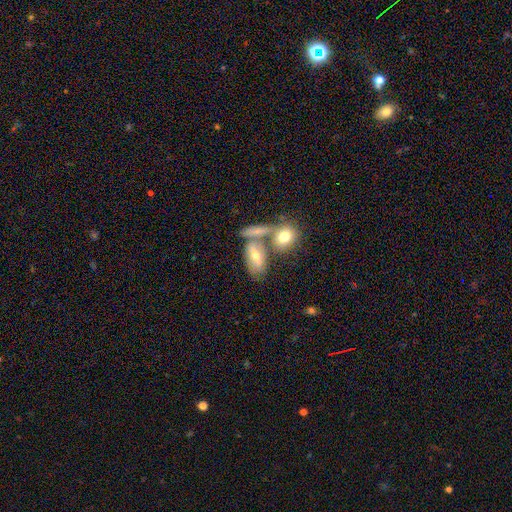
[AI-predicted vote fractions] Smooth or featured: smooth — 54% (featured or disk — 37%)
How rounded: in between — 78% (cigar-shaped — 12%)
Merging: none — 43% (merger — 38%)